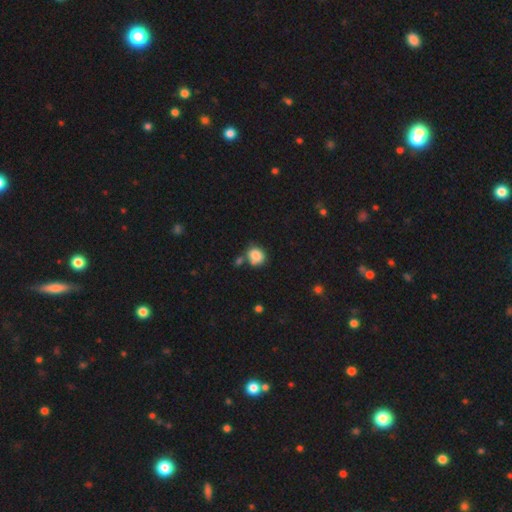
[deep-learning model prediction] Q: Smooth or featured?
A: smooth (85%); runner-up: star or artifact (9%)
Q: How rounded?
A: round (68%); runner-up: in between (31%)
Q: Merging?
A: none (56%); runner-up: minor disturbance (19%)